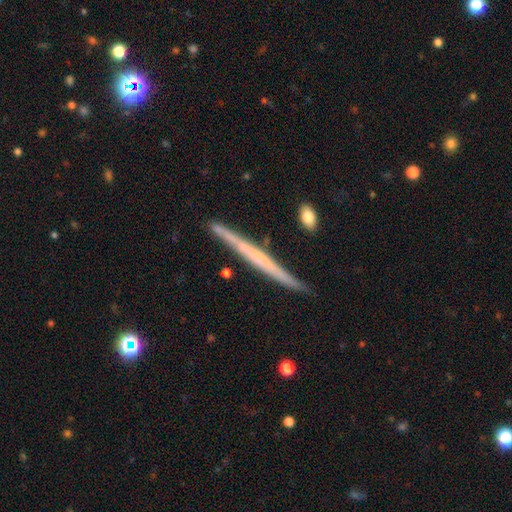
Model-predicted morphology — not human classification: This appears to be a featured or disk galaxy (64%) viewed edge-on (97%) with no central bulge (73%). Merging: none (86%).